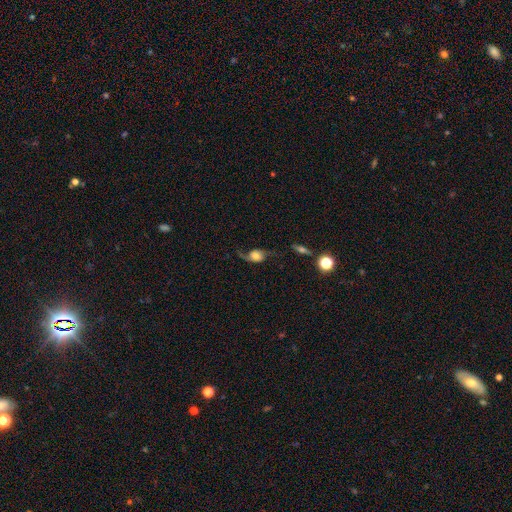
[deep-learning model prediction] Morphology: type=featured or disk (67%); edge-on=no (92%); bar=no (70%); spiral arms=yes (91%); winding=loose (83%); arm count=2 (74%); bulge=moderate (42%); merging=none (48%).